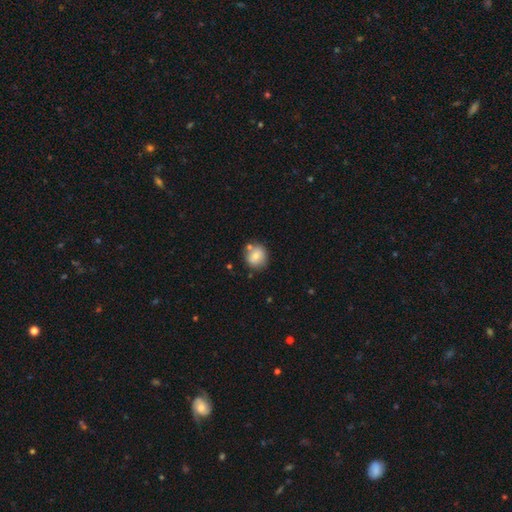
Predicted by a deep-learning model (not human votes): smooth 79%, featured or disk 12%, star or artifact 9%. Down the decision tree: how rounded — round (83%); merging — none (71%).